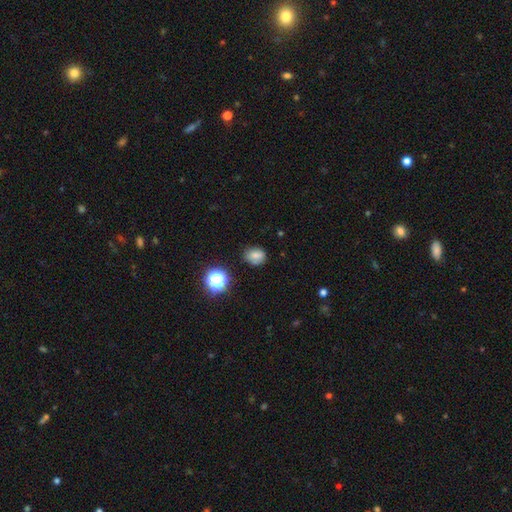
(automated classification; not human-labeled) Morphology: type=smooth (73%); roundness=in between (53%); merging=none (67%).